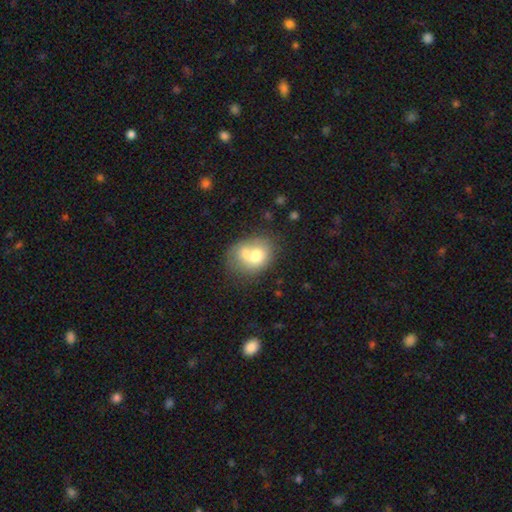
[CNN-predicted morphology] smooth 65%, featured or disk 27%, star or artifact 9%. Down the decision tree: how rounded — round (57%); merging — merger (55%).